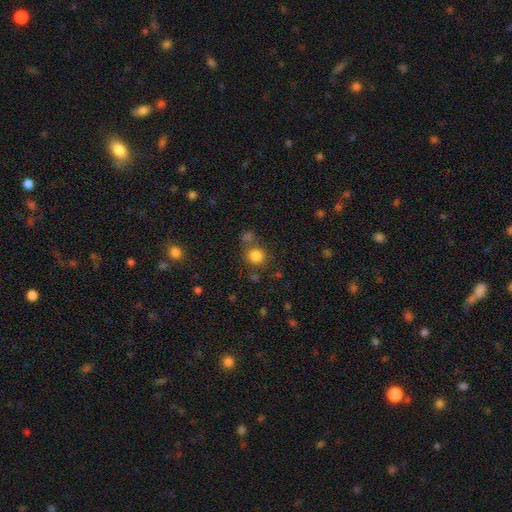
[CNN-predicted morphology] A smooth galaxy with no disk features (82%) that is round (88%).

Vote fractions:
- Smooth or featured? smooth: 82% / star or artifact: 12% / featured or disk: 6%
- How rounded? round: 88% / in between: 11% / cigar-shaped: 1%
- Merging? none: 70% / merger: 15% / minor disturbance: 10% / major disturbance: 5%